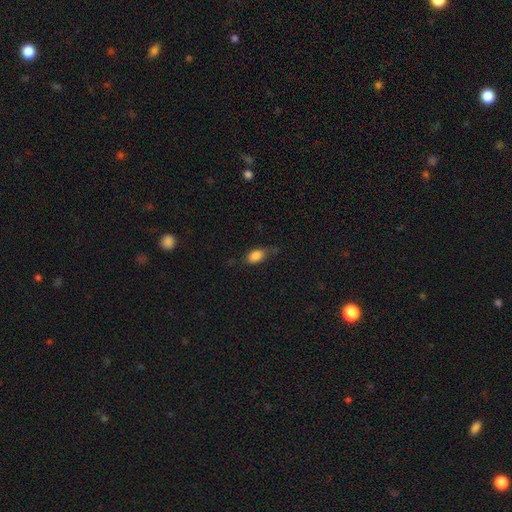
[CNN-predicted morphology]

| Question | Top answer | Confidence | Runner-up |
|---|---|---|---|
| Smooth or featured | smooth | 82% | featured or disk (10%) |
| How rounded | in between | 85% | round (9%) |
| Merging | none | 56% | minor disturbance (31%) |